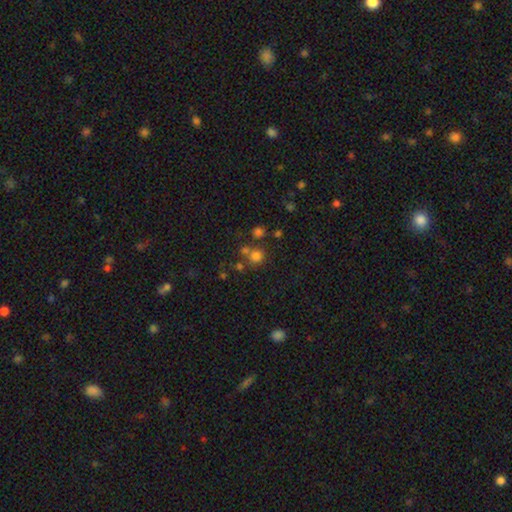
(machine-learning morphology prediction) Smooth or featured? smooth (71%)
How rounded? round (89%)
Merging? none (64%)